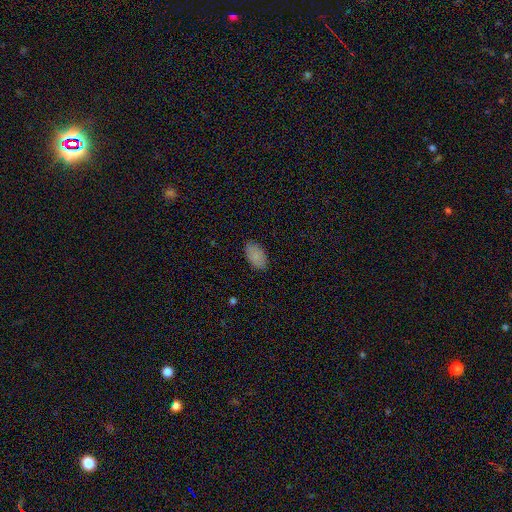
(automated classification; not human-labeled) smooth-or-featured: smooth: 87% | star or artifact: 8% | featured or disk: 5%
  how-rounded: in between: 94% | round: 4% | cigar-shaped: 2%
  merging: none: 86% | minor disturbance: 11% | major disturbance: 2% | merger: 1%